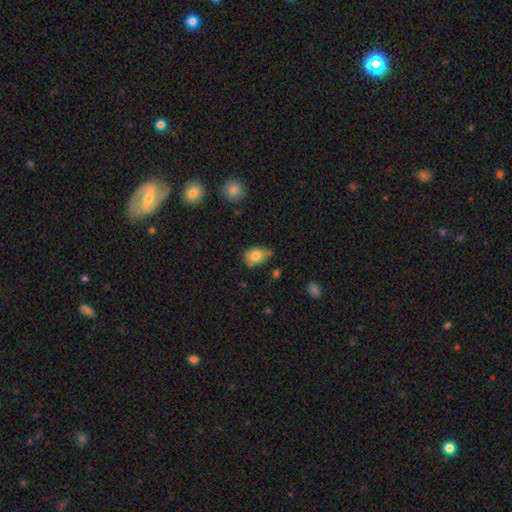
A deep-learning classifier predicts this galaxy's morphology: smooth-or-featured: smooth: 79% | featured or disk: 12% | star or artifact: 9%
  how-rounded: in between: 70% | round: 29% | cigar-shaped: 1%
  merging: none: 56% | minor disturbance: 33% | major disturbance: 6% | merger: 4%